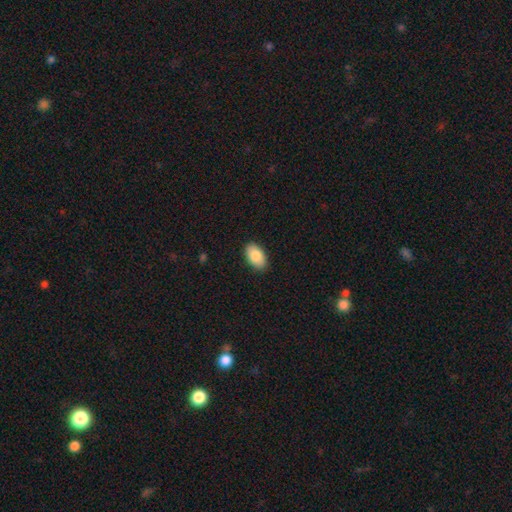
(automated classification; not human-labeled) This is clearly a smooth galaxy (85%). How rounded: clearly in between (93%). Merging: clearly none (88%).